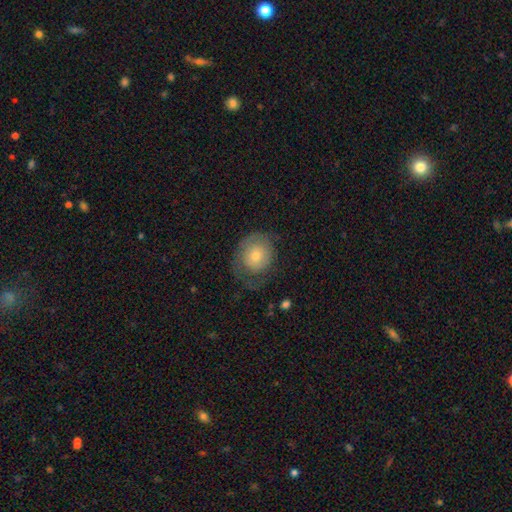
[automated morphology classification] smooth-or-featured: smooth: 55% | featured or disk: 37% | star or artifact: 8%
  how-rounded: round: 70% | in between: 29% | cigar-shaped: 1%
  merging: none: 56% | minor disturbance: 24% | major disturbance: 19% | merger: 1%